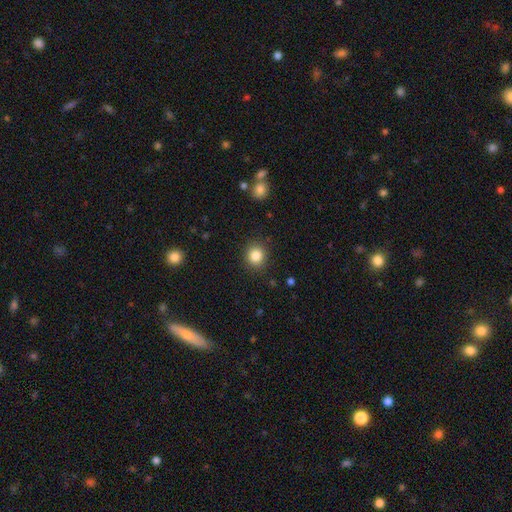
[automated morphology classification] Overall: smooth (84%). How rounded: round (85%). Merging: none (89%).